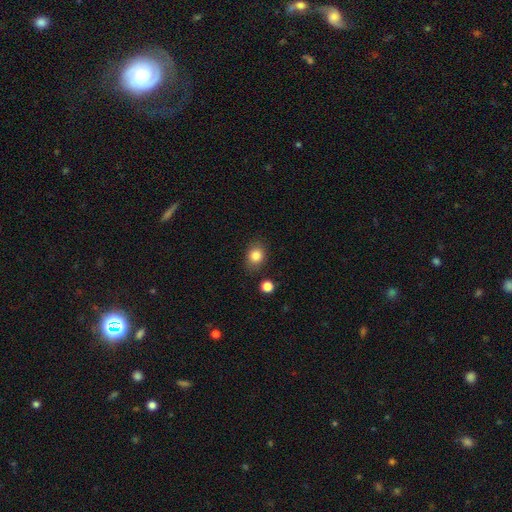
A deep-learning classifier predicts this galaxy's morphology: A smooth galaxy with no disk features (83%) that is round (53%). Merging: none (81%).